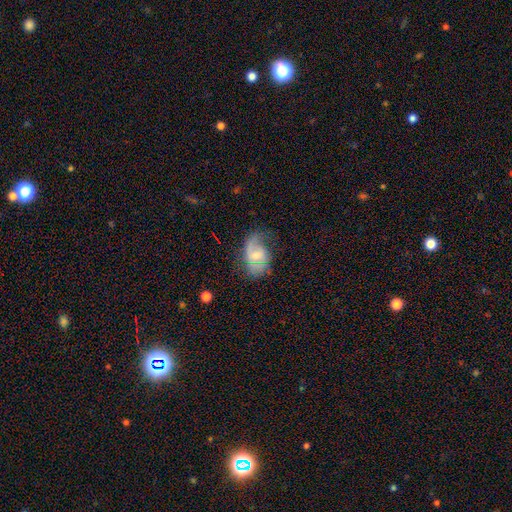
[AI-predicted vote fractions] A featured or disk galaxy (54%) with no bar (59%), spiral arms (77%) and a small central bulge (42%, tied with moderate). Merging: none (43%).